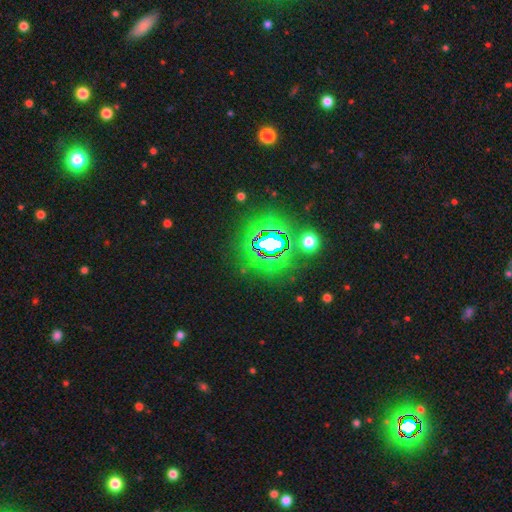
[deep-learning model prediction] Q: Smooth or featured?
A: star or artifact (84%); runner-up: smooth (9%)